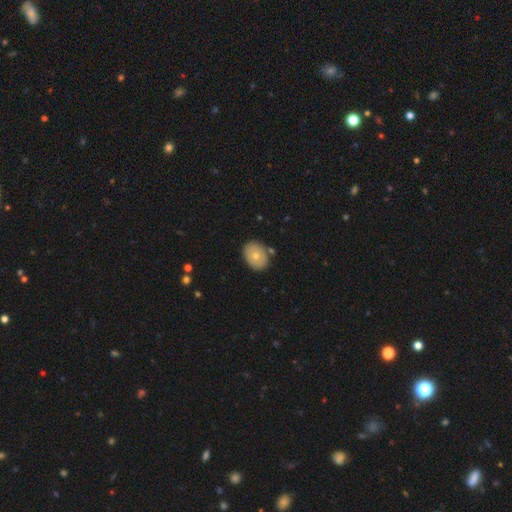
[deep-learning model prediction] smooth-or-featured: smooth: 69% | featured or disk: 24% | star or artifact: 7%
  how-rounded: in between: 65% | round: 34% | cigar-shaped: 1%
  merging: none: 82% | minor disturbance: 11% | merger: 4% | major disturbance: 3%